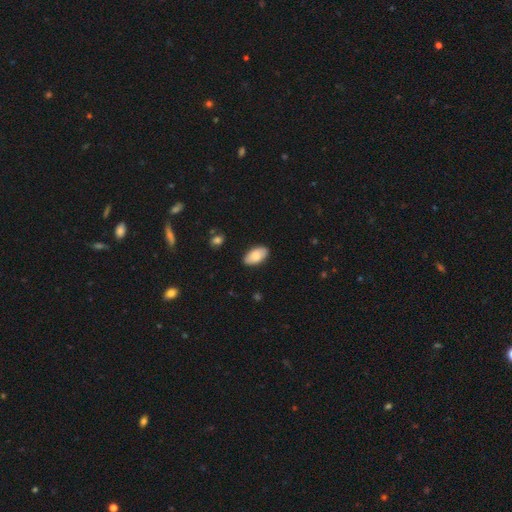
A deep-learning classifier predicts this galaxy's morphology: A smooth galaxy with no disk features (83%) that is in between round and cigar-shaped (95%). Merging: none (86%).